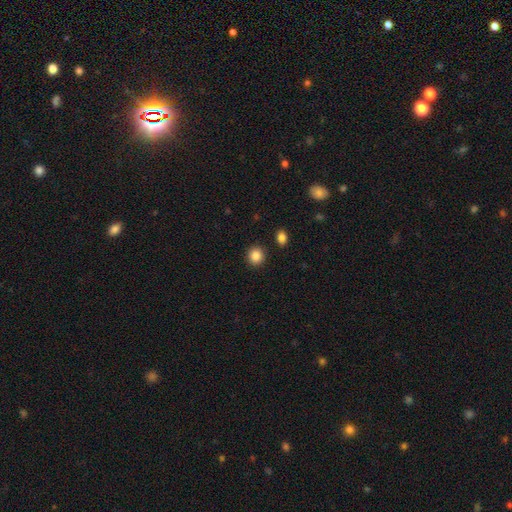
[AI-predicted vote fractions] Smooth or featured? smooth (87%)
How rounded? round (87%)
Merging? none (90%)